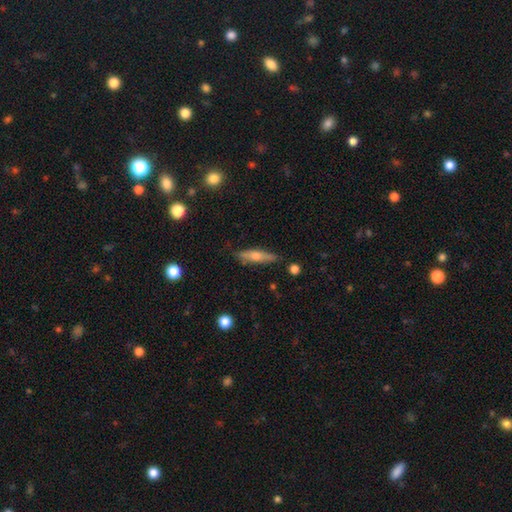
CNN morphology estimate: Smooth or featured? Predicted: smooth (p=0.51). How rounded? Predicted: cigar-shaped (p=0.78). Merging? Predicted: none (p=0.82).